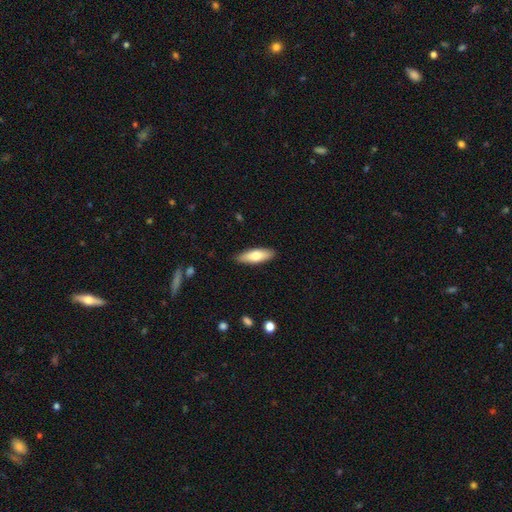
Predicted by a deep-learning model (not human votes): smooth 70%, featured or disk 24%, star or artifact 6%. Down the decision tree: how rounded — in between (57%); merging — none (87%).